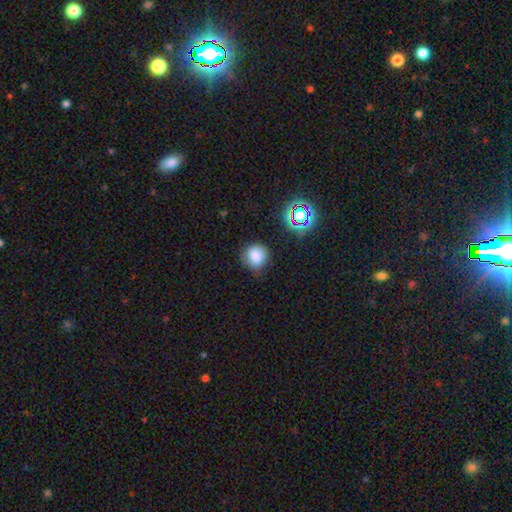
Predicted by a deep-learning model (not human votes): This appears to be a smooth galaxy with no disk features (80%) that is round (85%). Merging: none (75%).